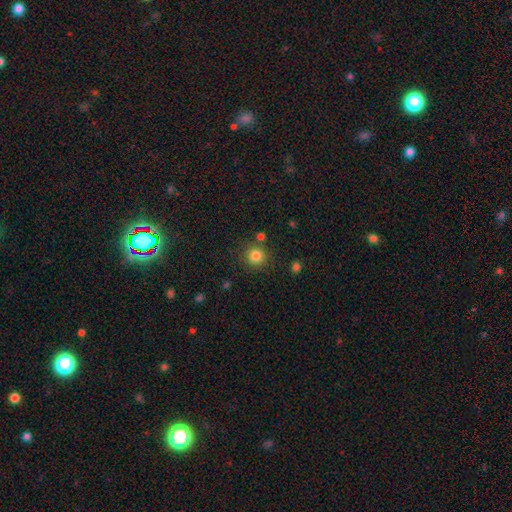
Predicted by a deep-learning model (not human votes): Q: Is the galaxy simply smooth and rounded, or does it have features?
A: smooth — 83%.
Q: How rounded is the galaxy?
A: round — 91%.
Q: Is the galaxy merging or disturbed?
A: none — 82%.